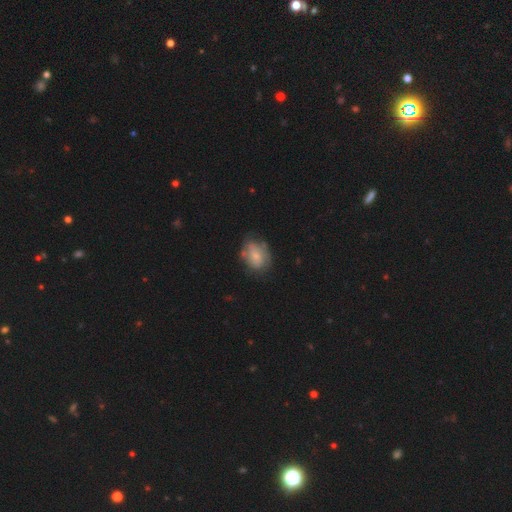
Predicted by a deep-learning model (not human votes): smooth 56%, featured or disk 37%, star or artifact 8%. Down the decision tree: how rounded — in between (65%); merging — none (57%).